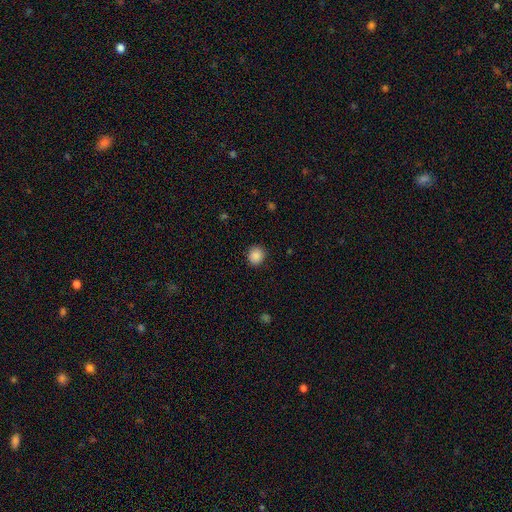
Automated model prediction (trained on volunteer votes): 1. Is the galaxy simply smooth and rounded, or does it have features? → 88% smooth, 9% star or artifact, 3% featured or disk.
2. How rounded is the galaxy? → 86% round, 13% in between, 1% cigar-shaped.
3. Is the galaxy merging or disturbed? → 90% none, 7% minor disturbance, 2% major disturbance, 1% merger.